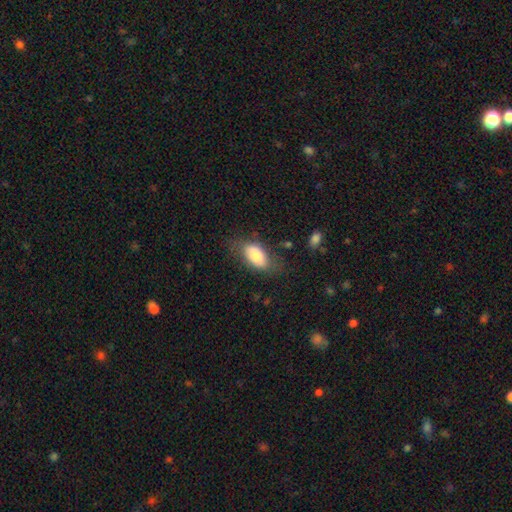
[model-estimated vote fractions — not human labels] A smooth galaxy with no disk features (78%) that is in between round and cigar-shaped (91%). Merging: none (64%).